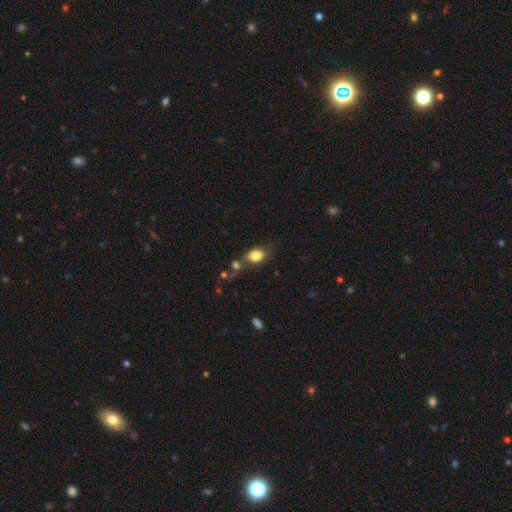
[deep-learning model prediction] This is clearly a smooth galaxy (83%). How rounded: likely in between (78%). Merging: likely none (62%).